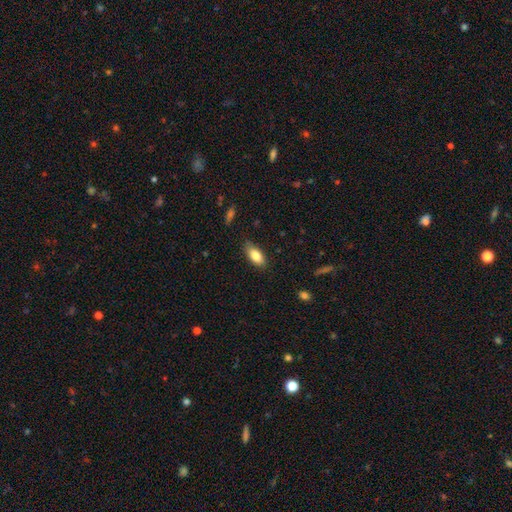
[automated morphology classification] smooth-or-featured: smooth: 83% | featured or disk: 10% | star or artifact: 7%
  how-rounded: in between: 87% | cigar-shaped: 10% | round: 3%
  merging: none: 79% | minor disturbance: 17% | major disturbance: 3% | merger: 1%